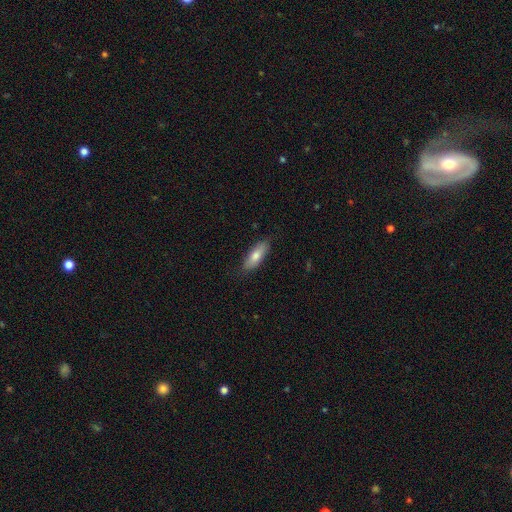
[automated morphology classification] This is likely a smooth galaxy (74%). How rounded: likely in between (62%). Merging: clearly none (82%).